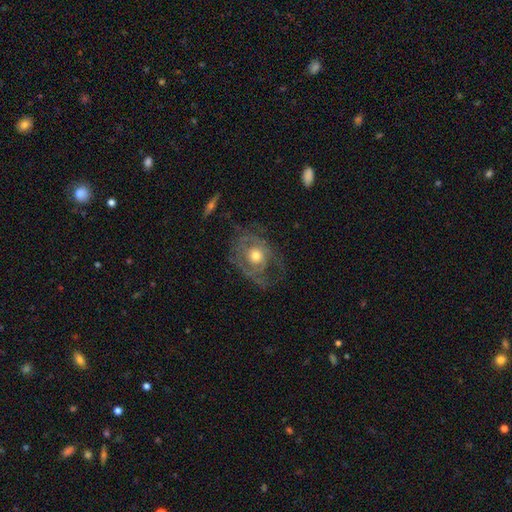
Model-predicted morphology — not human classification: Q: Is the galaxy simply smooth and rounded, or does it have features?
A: featured or disk — 71%.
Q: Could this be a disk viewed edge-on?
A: no — 96%.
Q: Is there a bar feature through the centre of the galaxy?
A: no — 82%.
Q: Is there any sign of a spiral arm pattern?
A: yes — 71%.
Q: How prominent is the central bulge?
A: moderate — 70%.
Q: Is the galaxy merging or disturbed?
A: none — 53%.